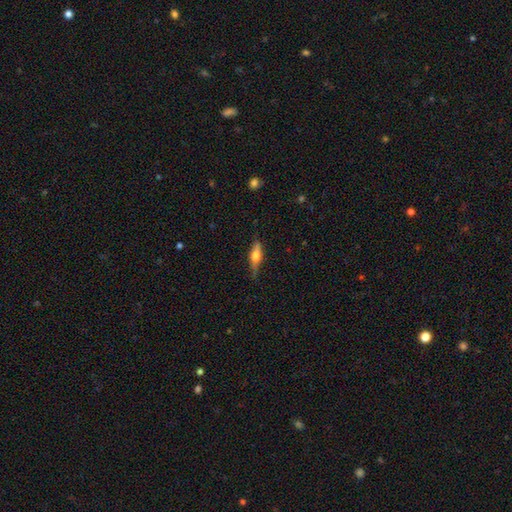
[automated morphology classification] featured or disk 49%, smooth 45%, star or artifact 6%. Down the decision tree: merging — none (75%).